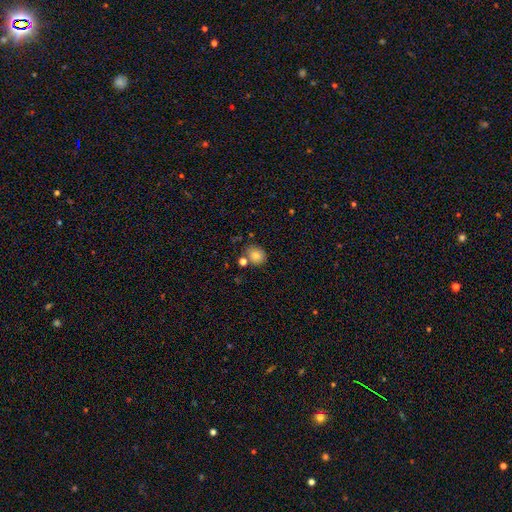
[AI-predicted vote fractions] Smooth or featured: smooth — 80% (star or artifact — 11%)
How rounded: round — 75% (in between — 24%)
Merging: none — 72% (merger — 13%)